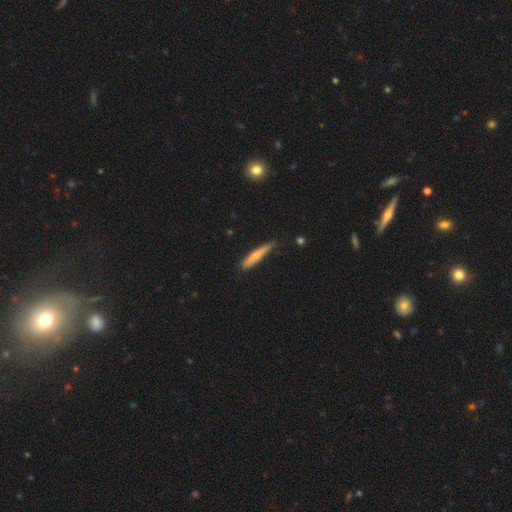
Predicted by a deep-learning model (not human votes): The model was most divided on "smooth or featured": smooth: 67%, featured or disk: 27%, star or artifact: 6%. More confident: how rounded — cigar-shaped (90%); merging — none (77%).